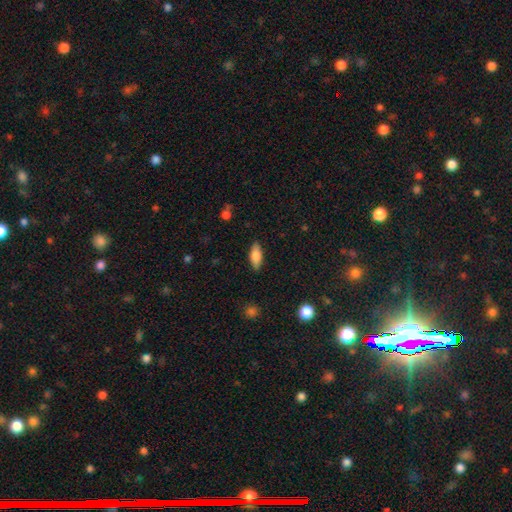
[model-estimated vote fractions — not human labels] Smooth or featured?
  - smooth: 77% *
  - featured or disk: 16%
  - star or artifact: 7%
How rounded?
  - in between: 77% *
  - cigar-shaped: 20%
  - round: 3%
Merging?
  - none: 87% *
  - minor disturbance: 10%
  - major disturbance: 2%
  - merger: 1%